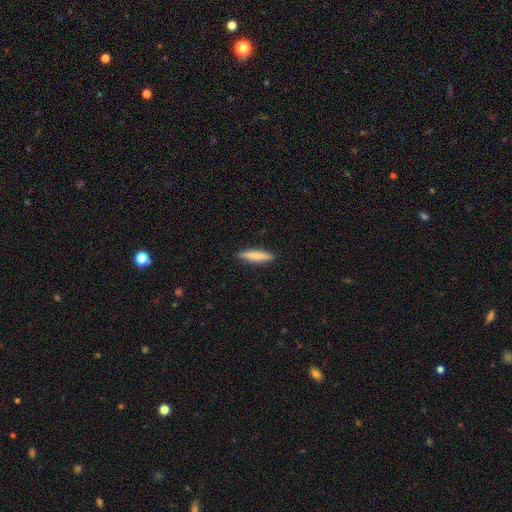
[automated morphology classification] This is likely a smooth galaxy (79%). How rounded: clearly cigar-shaped (84%). Merging: clearly none (91%).